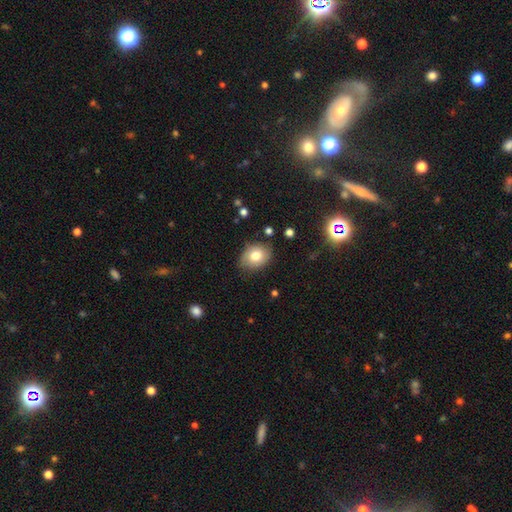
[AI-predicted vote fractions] Overall: smooth (78%). How rounded: in between (60%; round 39%). Merging: none (80%).